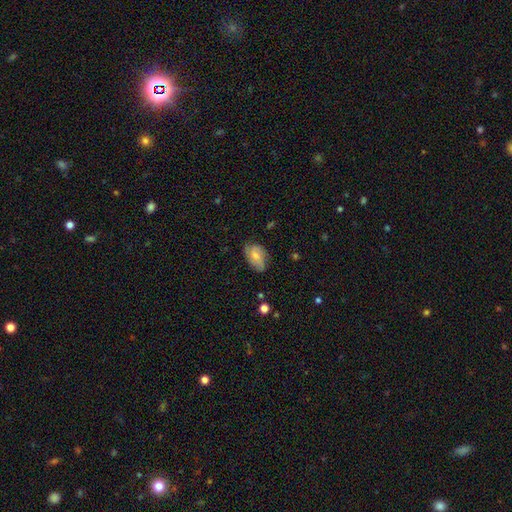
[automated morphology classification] smooth 62%, featured or disk 30%, star or artifact 8%. Down the decision tree: how rounded — in between (89%); merging — none (62%).